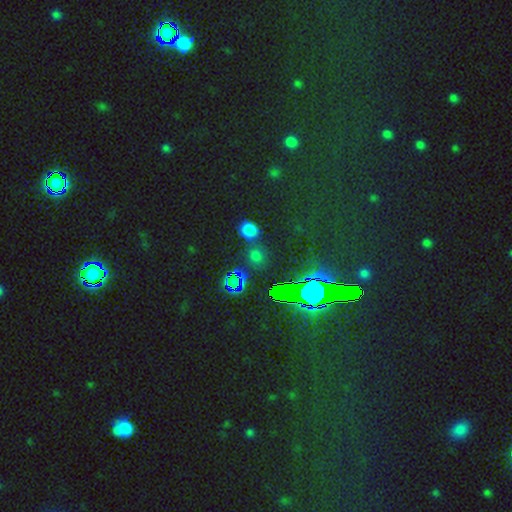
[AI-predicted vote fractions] Smooth or featured?
  - smooth: 50% *
  - star or artifact: 44%
  - featured or disk: 7%
Merging?
  - none: 80% *
  - minor disturbance: 8%
  - merger: 8%
  - major disturbance: 4%